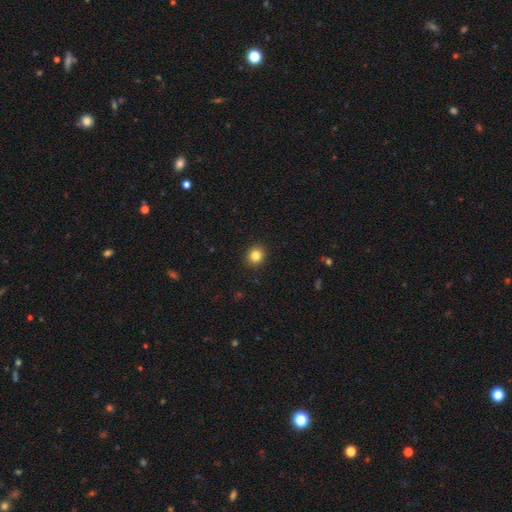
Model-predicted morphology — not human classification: Q: Smooth or featured?
A: smooth (84%); runner-up: star or artifact (11%)
Q: How rounded?
A: round (86%); runner-up: in between (13%)
Q: Merging?
A: none (92%); runner-up: minor disturbance (5%)